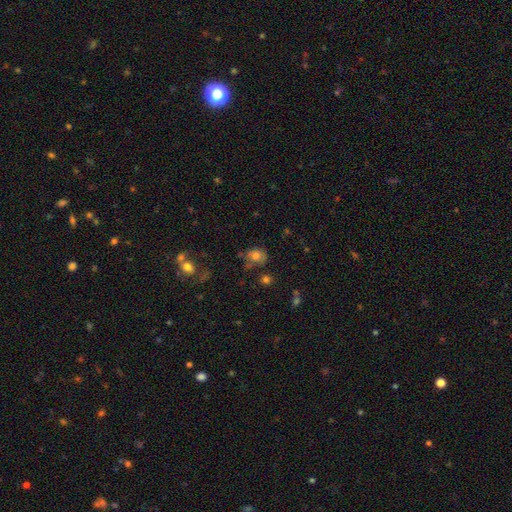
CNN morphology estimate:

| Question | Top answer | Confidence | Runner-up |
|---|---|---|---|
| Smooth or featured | smooth | 74% | featured or disk (13%) |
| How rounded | round | 55% | in between (44%) |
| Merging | none | 58% | minor disturbance (24%) |